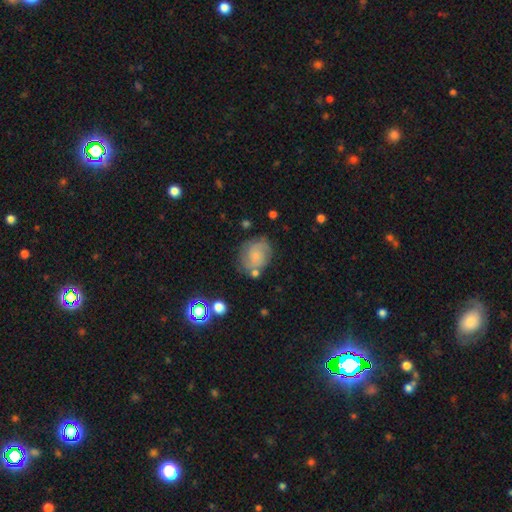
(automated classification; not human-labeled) featured or disk 47%, smooth 43%, star or artifact 10%. Down the decision tree: merging — none (64%).